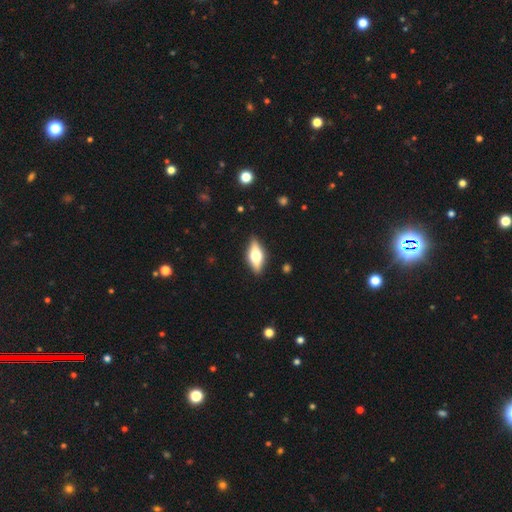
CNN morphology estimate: Q: Smooth or featured?
A: featured or disk (53%); runner-up: smooth (40%)
Q: Edge-on disk?
A: yes (90%); runner-up: no (10%)
Q: Merging?
A: none (88%); runner-up: minor disturbance (9%)